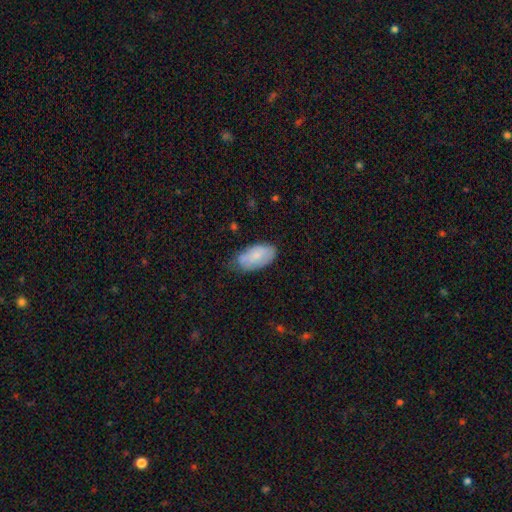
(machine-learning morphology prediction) This is likely a smooth galaxy (74%). How rounded: clearly in between (94%). Merging: likely none (60%).